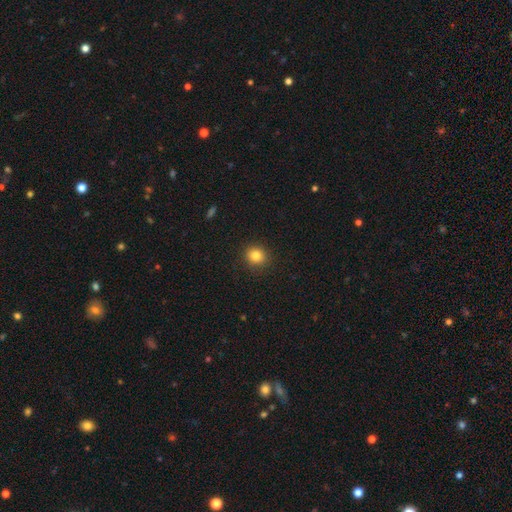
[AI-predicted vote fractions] This appears to be a smooth galaxy with no disk features (83%) that is round (85%). Merging: none (90%).